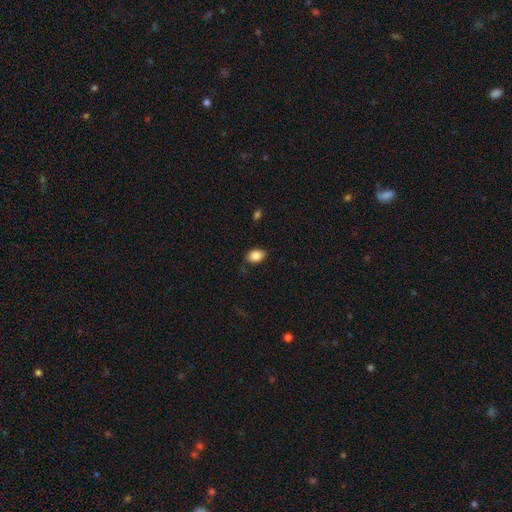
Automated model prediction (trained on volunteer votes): Q: Smooth or featured?
A: smooth (86%); runner-up: star or artifact (8%)
Q: How rounded?
A: in between (81%); runner-up: round (18%)
Q: Merging?
A: none (82%); runner-up: minor disturbance (14%)